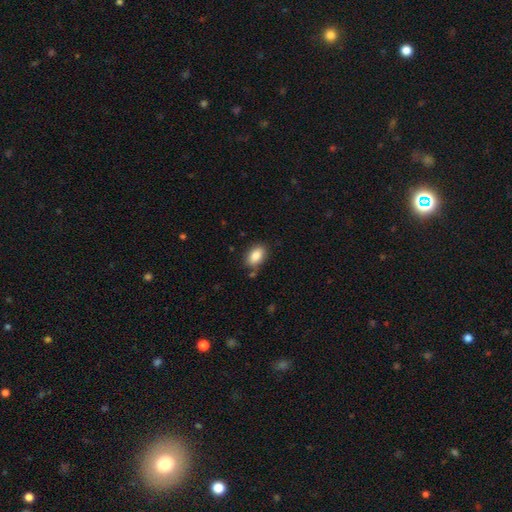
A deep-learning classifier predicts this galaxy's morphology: Overall: smooth (85%). How rounded: in between (87%). Merging: none (80%).